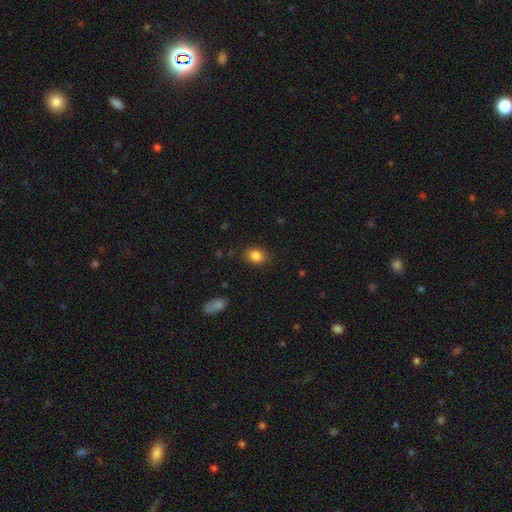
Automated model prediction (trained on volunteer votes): A smooth galaxy with no disk features (85%) that is in between round and cigar-shaped (58%). Merging: none (84%).